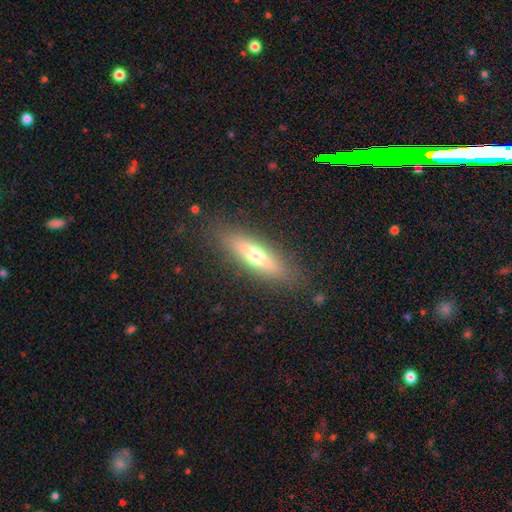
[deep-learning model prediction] Smooth or featured? Predicted: smooth (p=0.52). How rounded? Predicted: cigar-shaped (p=0.64). Merging? Predicted: none (p=0.86).